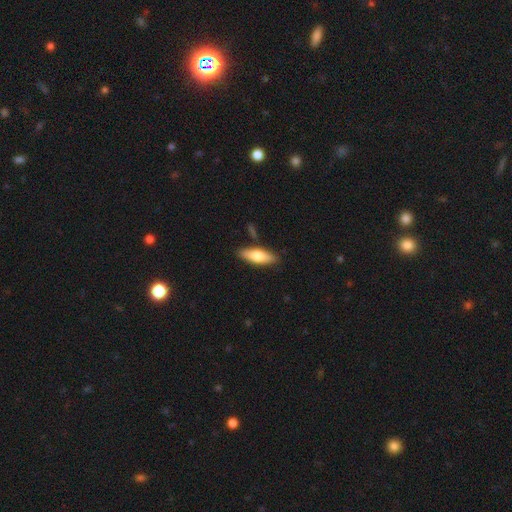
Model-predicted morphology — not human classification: smooth 62%, featured or disk 33%, star or artifact 6%. Down the decision tree: how rounded — in between (58%); merging — none (84%).